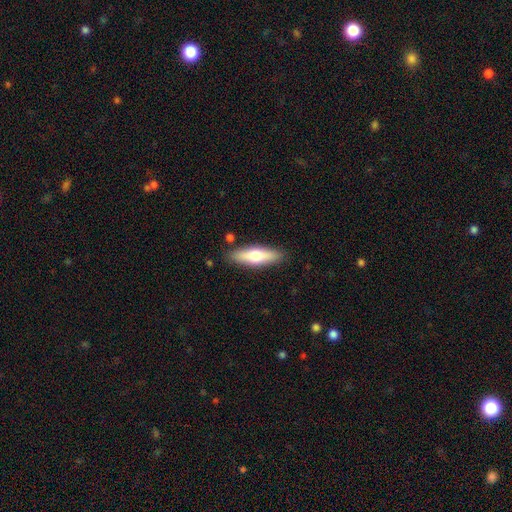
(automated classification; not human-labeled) Smooth or featured: smooth — 56% (featured or disk — 38%)
How rounded: cigar-shaped — 57% (in between — 40%)
Merging: none — 86% (minor disturbance — 10%)